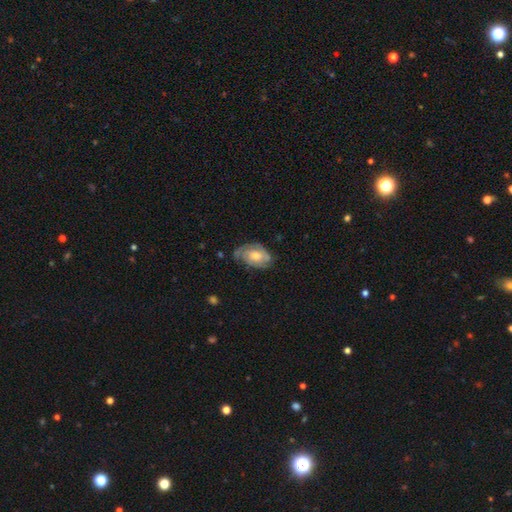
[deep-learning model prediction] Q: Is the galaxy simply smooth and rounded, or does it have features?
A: featured or disk — 71%.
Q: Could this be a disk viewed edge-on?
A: no — 95%.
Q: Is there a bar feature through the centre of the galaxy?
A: no — 70%.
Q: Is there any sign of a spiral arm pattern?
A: yes — 88%.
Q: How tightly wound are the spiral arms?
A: tight — 59%.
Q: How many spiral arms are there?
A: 2 — 40%.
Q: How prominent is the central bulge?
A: moderate — 64%.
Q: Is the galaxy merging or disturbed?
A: none — 66%.